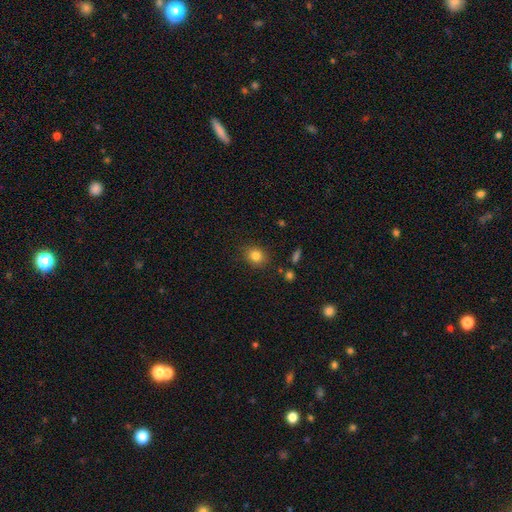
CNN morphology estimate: A smooth galaxy with no disk features (82%) that is round (64%). Merging: none (86%).